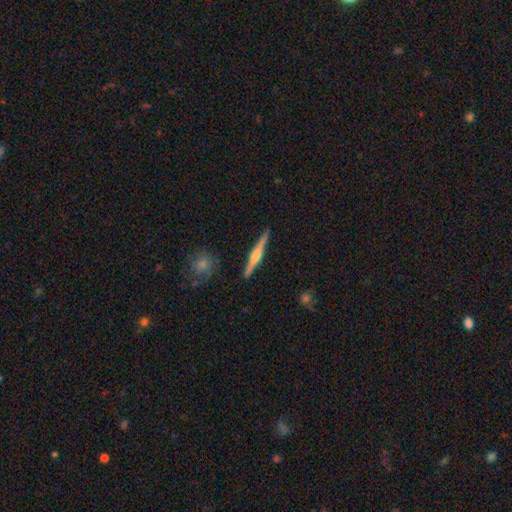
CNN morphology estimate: smooth-or-featured: featured or disk: 74% | smooth: 20% | star or artifact: 5%
  disk-edge-on: yes: 98% | no: 2%
    edge-on-bulge: rounded: 83% | boxy: 11% | none: 6%
  merging: none: 91% | minor disturbance: 6% | major disturbance: 1% | merger: 1%